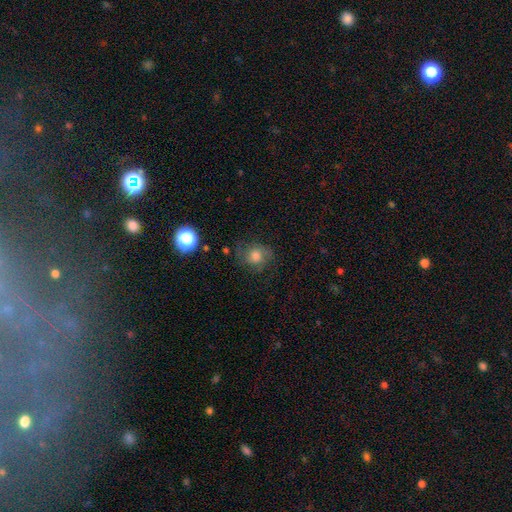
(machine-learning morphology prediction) Q: Smooth or featured?
A: smooth (56%); runner-up: featured or disk (31%)
Q: How rounded?
A: round (78%); runner-up: in between (21%)
Q: Merging?
A: none (66%); runner-up: minor disturbance (20%)